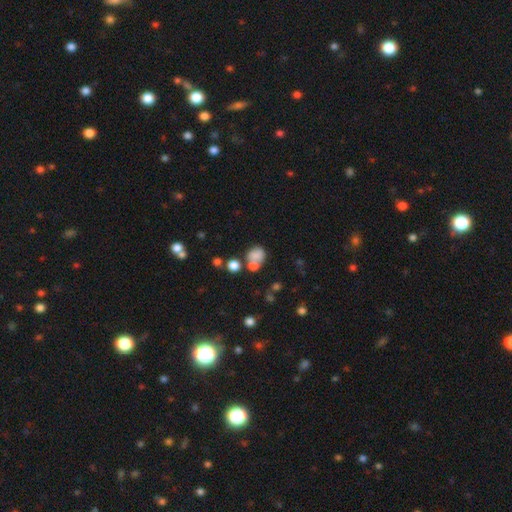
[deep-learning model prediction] smooth 75%, featured or disk 13%, star or artifact 12%. Down the decision tree: how rounded — round (52%); merging — merger (41%).